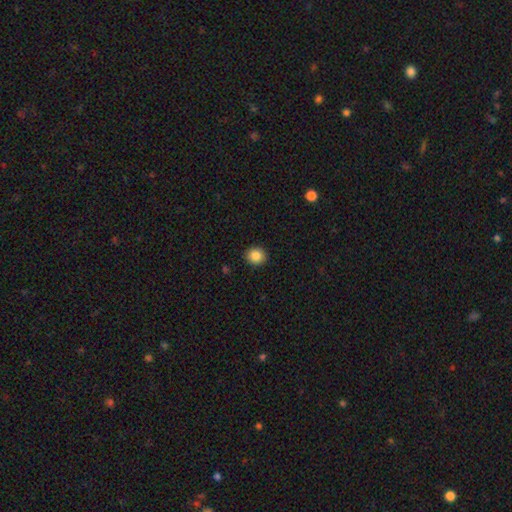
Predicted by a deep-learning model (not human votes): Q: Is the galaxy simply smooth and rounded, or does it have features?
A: smooth — 86%.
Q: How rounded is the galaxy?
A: round — 84%.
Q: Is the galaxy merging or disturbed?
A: none — 92%.